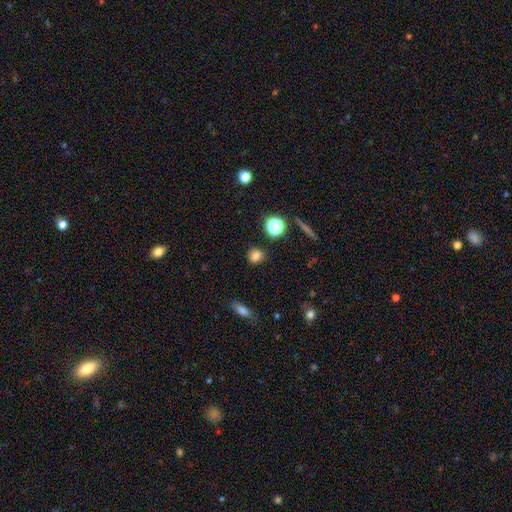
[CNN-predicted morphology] smooth_or_featured: smooth (p=0.79) [alt: star or artifact p=0.15]
how_rounded: round (p=0.74) [alt: in between p=0.24]
merging: none (p=0.86) [alt: minor disturbance p=0.09]